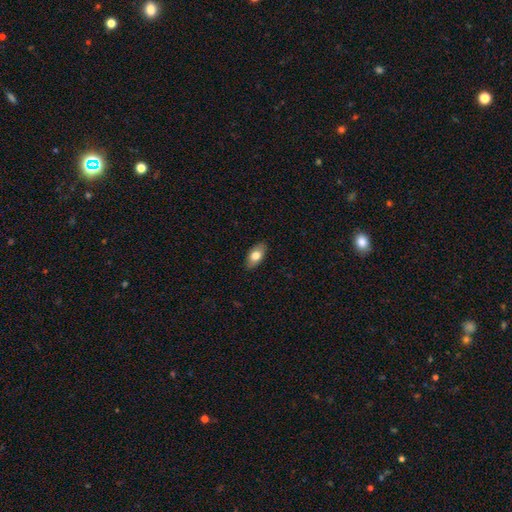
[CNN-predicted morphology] Smooth or featured?
  - smooth: 76% *
  - featured or disk: 17%
  - star or artifact: 7%
How rounded?
  - in between: 92% *
  - round: 4%
  - cigar-shaped: 4%
Merging?
  - none: 88% *
  - minor disturbance: 10%
  - major disturbance: 2%
  - merger: 1%